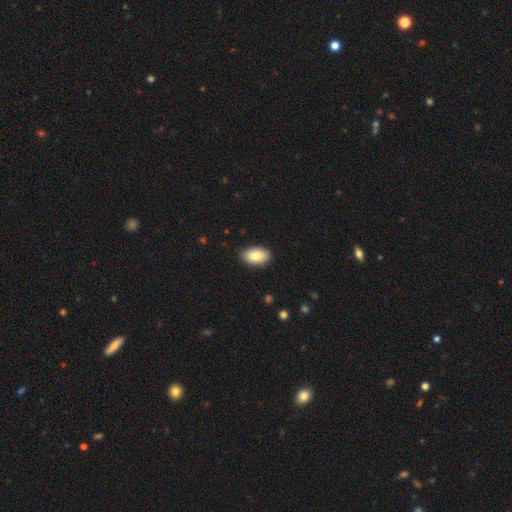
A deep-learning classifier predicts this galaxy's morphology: smooth-or-featured: smooth: 83% | featured or disk: 10% | star or artifact: 6%
  how-rounded: in between: 94% | round: 5% | cigar-shaped: 1%
  merging: none: 88% | minor disturbance: 9% | major disturbance: 2% | merger: 1%